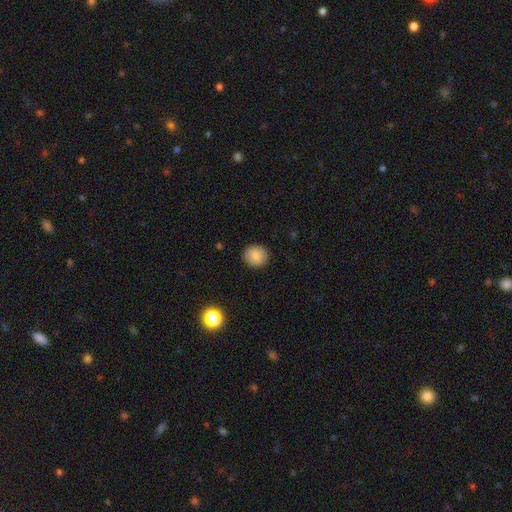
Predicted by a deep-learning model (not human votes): Smooth or featured?
  - smooth: 86% *
  - star or artifact: 9%
  - featured or disk: 5%
How rounded?
  - round: 81% *
  - in between: 18%
  - cigar-shaped: 1%
Merging?
  - none: 89% *
  - minor disturbance: 8%
  - major disturbance: 2%
  - merger: 1%